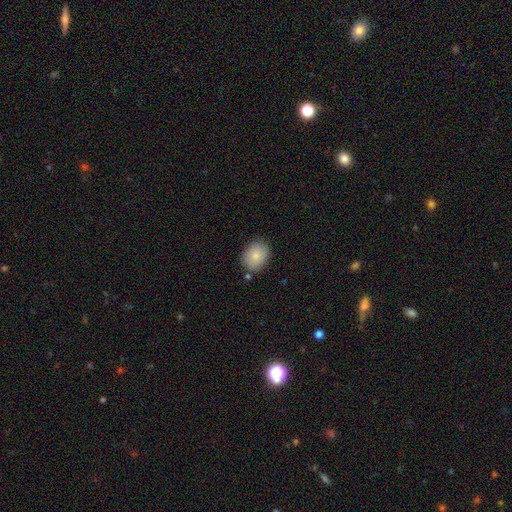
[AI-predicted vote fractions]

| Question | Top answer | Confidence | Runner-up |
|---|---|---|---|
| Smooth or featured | smooth | 83% | featured or disk (10%) |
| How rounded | in between | 53% | round (46%) |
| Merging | none | 79% | minor disturbance (14%) |